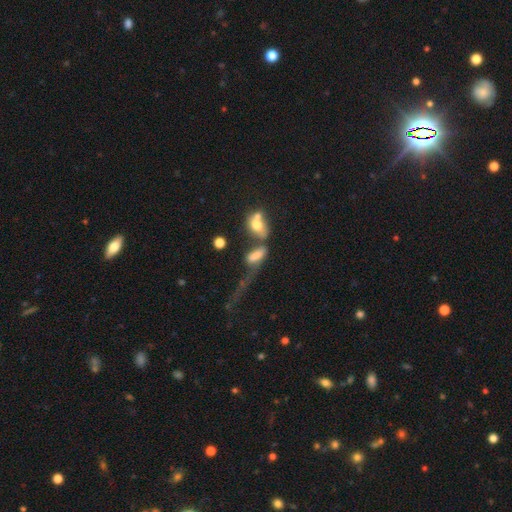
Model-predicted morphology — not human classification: Q: Smooth or featured?
A: smooth (64%); runner-up: featured or disk (24%)
Q: How rounded?
A: in between (78%); runner-up: cigar-shaped (14%)
Q: Merging?
A: merger (48%); runner-up: major disturbance (26%)